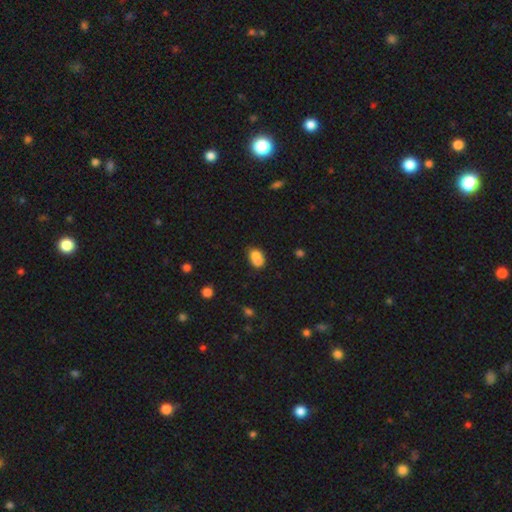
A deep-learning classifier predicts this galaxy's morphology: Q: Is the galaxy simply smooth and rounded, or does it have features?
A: smooth — 76%.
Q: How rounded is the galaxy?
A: in between — 71%.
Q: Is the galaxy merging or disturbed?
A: merger — 40%.